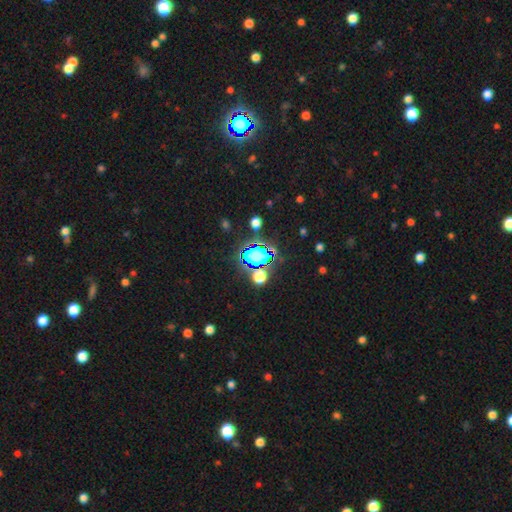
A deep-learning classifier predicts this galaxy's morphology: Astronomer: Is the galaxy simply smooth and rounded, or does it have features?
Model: star or artifact — 53% (runner-up: smooth, 35%).